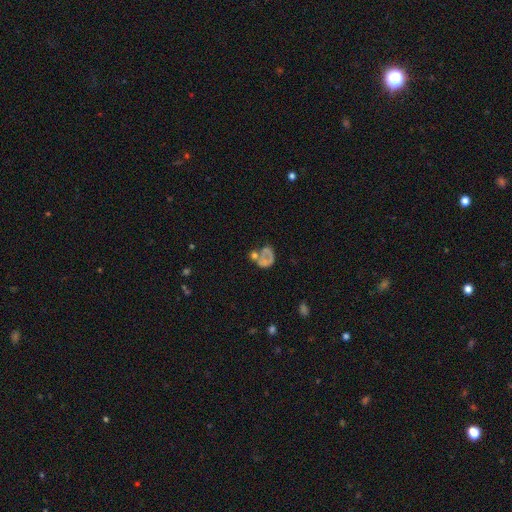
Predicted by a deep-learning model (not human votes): A featured or disk galaxy (42%).

Vote fractions:
- Smooth or featured? featured or disk: 42% / smooth: 40% / star or artifact: 18%
- Merging? none: 32% / merger: 29% / major disturbance: 25% / minor disturbance: 14%